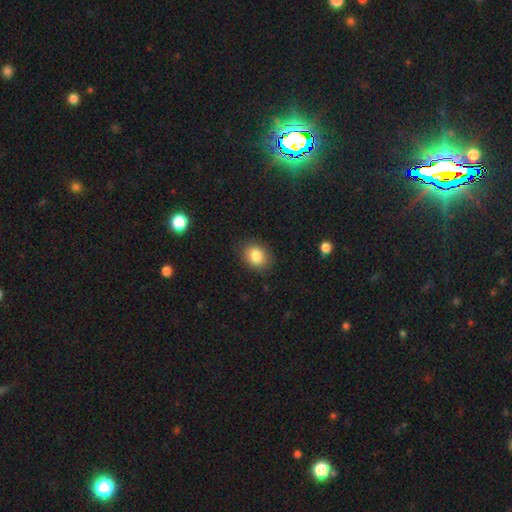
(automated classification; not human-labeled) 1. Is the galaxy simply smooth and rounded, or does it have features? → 85% smooth, 9% star or artifact, 6% featured or disk.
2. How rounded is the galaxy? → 54% in between, 45% round, 1% cigar-shaped.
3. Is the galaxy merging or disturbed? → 84% none, 12% minor disturbance, 3% major disturbance, 1% merger.